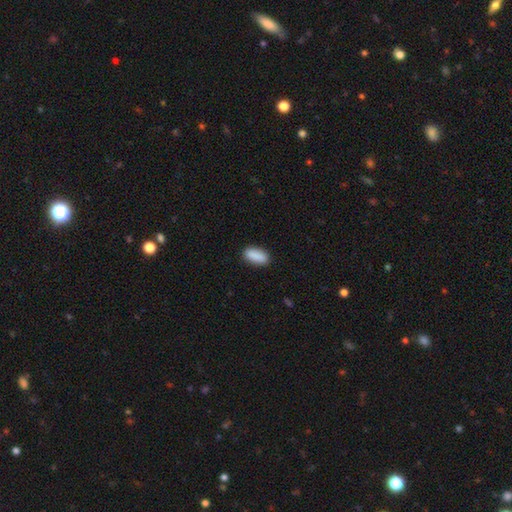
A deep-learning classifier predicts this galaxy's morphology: Overall: smooth (89%). How rounded: in between (83%). Merging: none (87%).